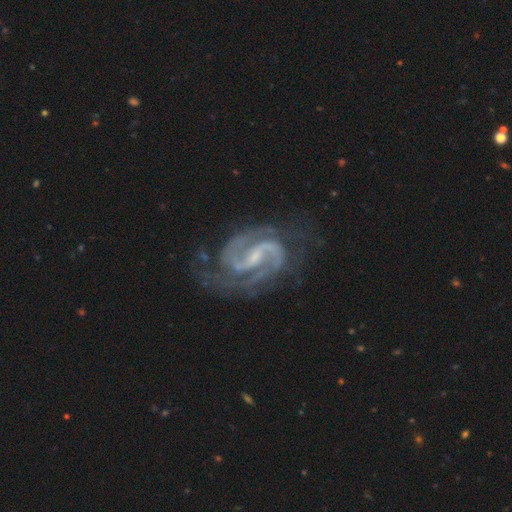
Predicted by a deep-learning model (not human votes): Overall: featured or disk (93%). Edge-on disk: no (98%). Bar: weak (52%; strong 32%). Spiral arms: yes (99%). Spiral arm count: 2 (91%). Spiral winding: medium (61%; tight 25%). Bulge size: small (58%; none 22%). Merging: none (70%).